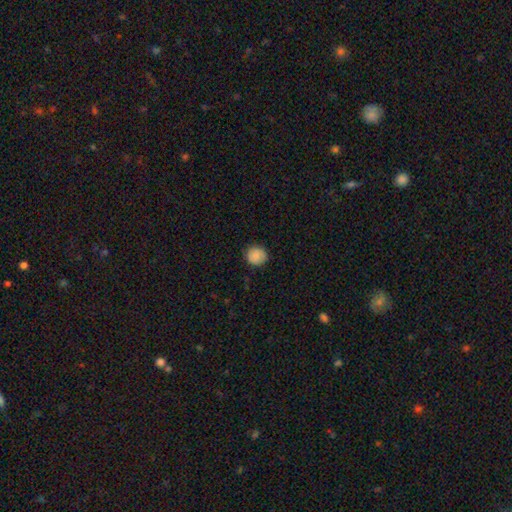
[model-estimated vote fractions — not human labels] This appears to be a smooth galaxy with no disk features (88%) that is round (88%). Merging: none (87%).